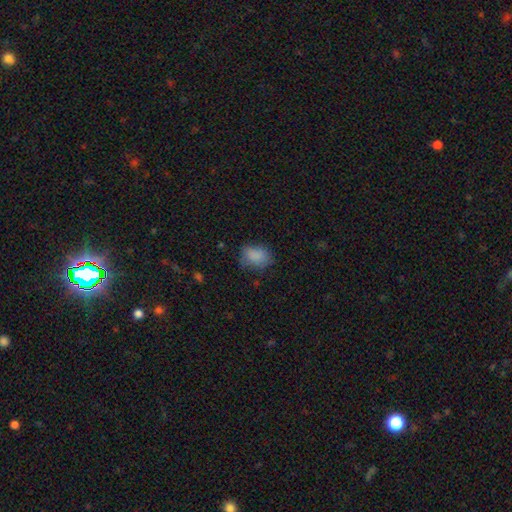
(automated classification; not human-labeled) smooth_or_featured: smooth (p=0.83) [alt: star or artifact p=0.10]
how_rounded: in between (p=0.66) [alt: round p=0.33]
merging: none (p=0.63) [alt: minor disturbance p=0.26]